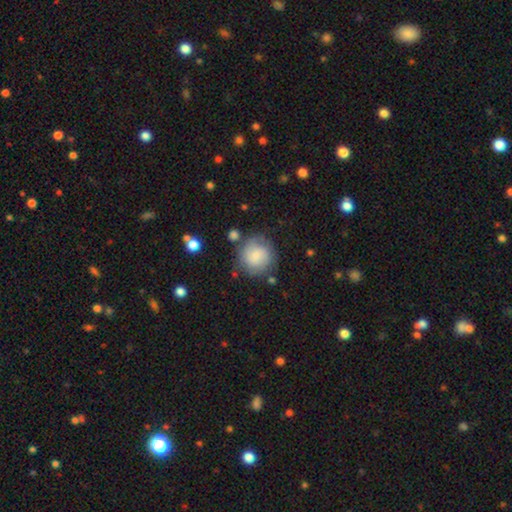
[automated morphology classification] This appears to be a smooth galaxy with no disk features (64%) that is round (89%). Merging: none (69%).